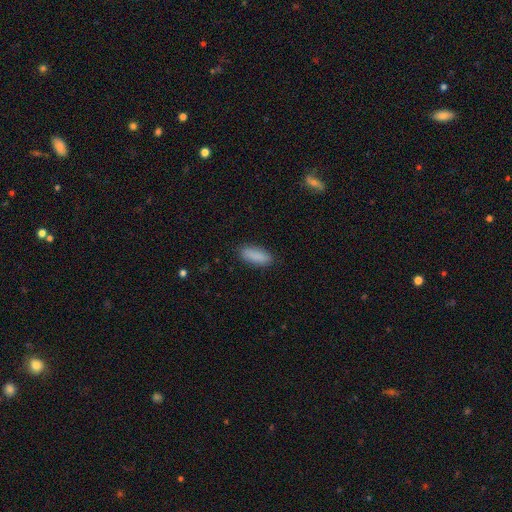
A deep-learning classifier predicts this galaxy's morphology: smooth 88%, star or artifact 7%, featured or disk 5%. Down the decision tree: how rounded — in between (73%); merging — none (86%).